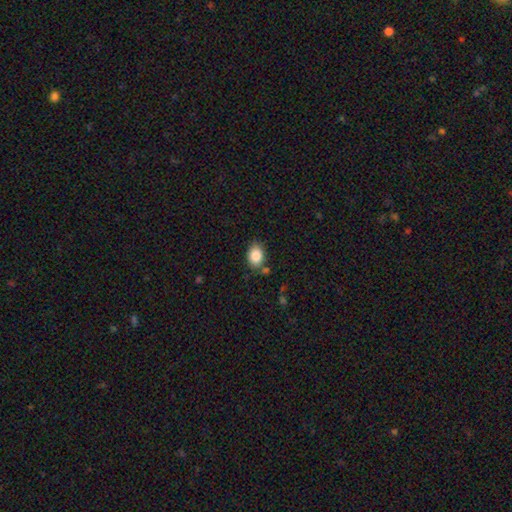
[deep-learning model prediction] Smooth or featured? Predicted: smooth (p=0.86). How rounded? Predicted: in between (p=0.73). Merging? Predicted: none (p=0.77).